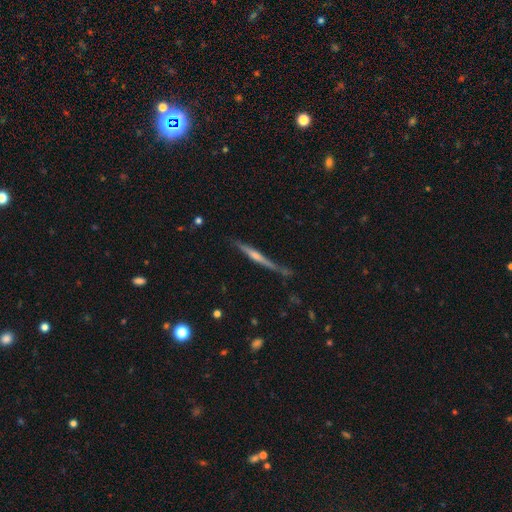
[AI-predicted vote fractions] Q: Smooth or featured?
A: featured or disk (69%); runner-up: smooth (25%)
Q: Edge-on disk?
A: yes (97%); runner-up: no (3%)
Q: Edge-on bulge?
A: rounded (64%); runner-up: none (24%)
Q: Merging?
A: none (69%); runner-up: minor disturbance (21%)